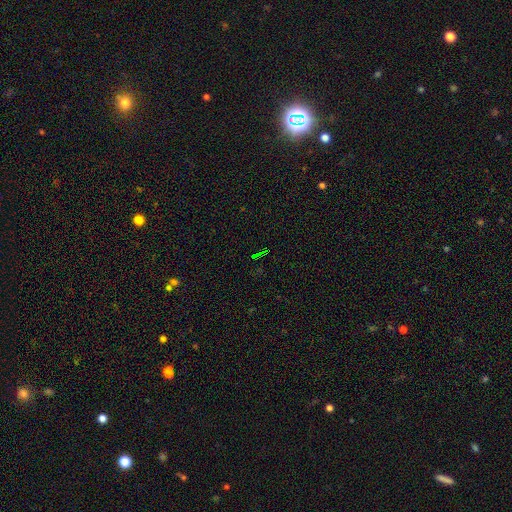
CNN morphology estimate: A star or artifact, not a galaxy (75%).

Vote fractions:
- Smooth or featured? star or artifact: 75% / smooth: 14% / featured or disk: 12%